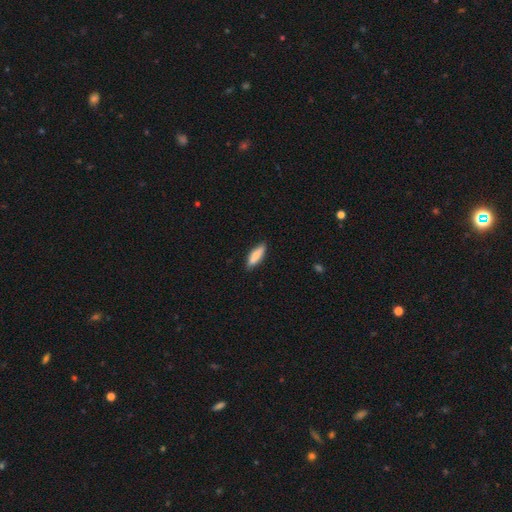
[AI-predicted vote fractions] Overall: smooth (81%). How rounded: cigar-shaped (58%; in between 40%). Merging: none (86%).